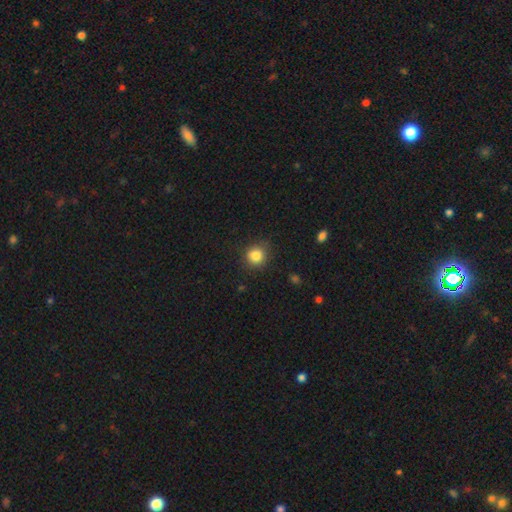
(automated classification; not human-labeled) The model was most divided on "merging": none: 82%, minor disturbance: 13%, major disturbance: 3%, merger: 1%. More confident: how rounded — round (85%); smooth or featured — smooth (84%).